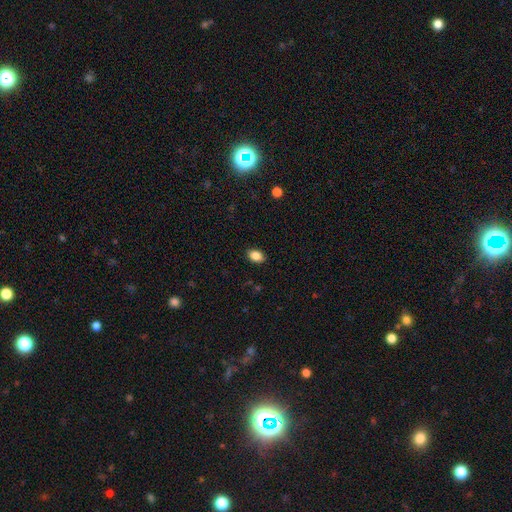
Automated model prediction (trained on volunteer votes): smooth_or_featured: smooth (p=0.87) [alt: star or artifact p=0.09]
how_rounded: in between (p=0.81) [alt: round p=0.18]
merging: none (p=0.88) [alt: minor disturbance p=0.09]